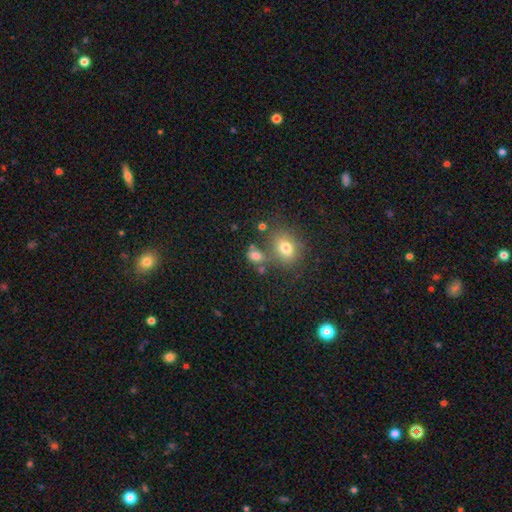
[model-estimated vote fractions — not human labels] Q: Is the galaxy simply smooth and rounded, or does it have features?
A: smooth — 75%.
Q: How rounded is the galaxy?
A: in between — 62%.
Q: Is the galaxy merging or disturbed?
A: none — 55%.